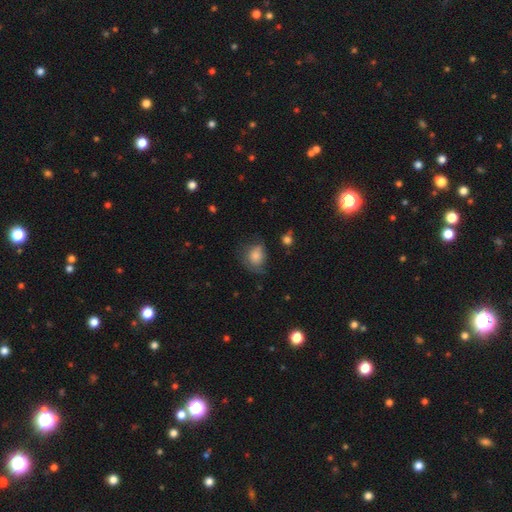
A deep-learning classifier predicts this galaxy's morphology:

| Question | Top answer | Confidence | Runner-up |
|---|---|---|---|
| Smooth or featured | smooth | 76% | featured or disk (14%) |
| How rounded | round | 53% | in between (46%) |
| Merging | none | 49% | minor disturbance (33%) |